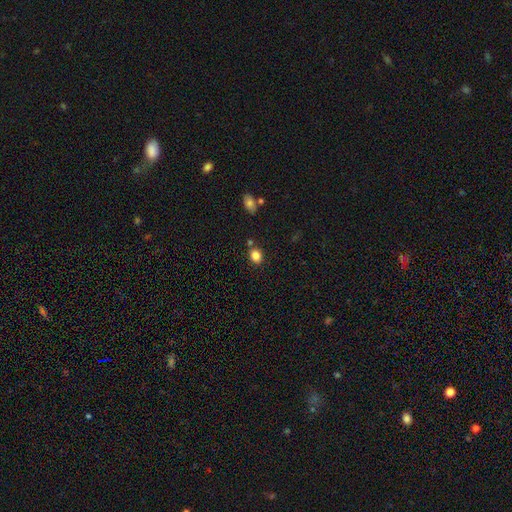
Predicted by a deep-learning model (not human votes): Morphology: type=smooth (84%); roundness=round (55%); merging=none (77%).